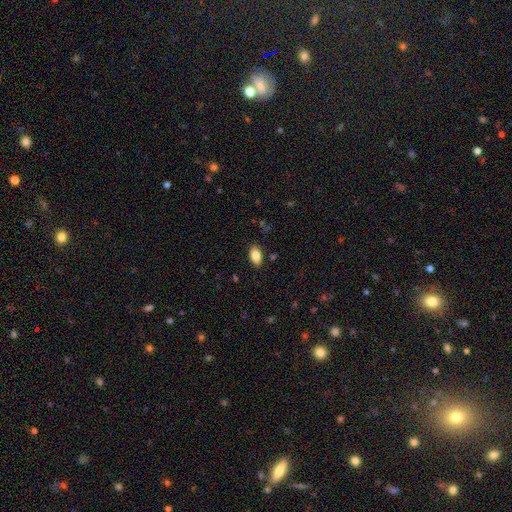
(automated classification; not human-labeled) Smooth or featured? Predicted: smooth (p=0.86). How rounded? Predicted: in between (p=0.92). Merging? Predicted: none (p=0.86).